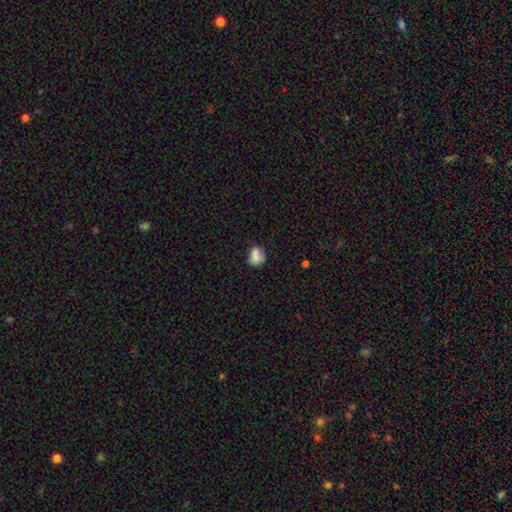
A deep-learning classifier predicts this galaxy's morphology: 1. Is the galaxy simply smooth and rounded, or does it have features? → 76% smooth, 15% featured or disk, 10% star or artifact.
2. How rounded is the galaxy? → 55% in between, 44% round, 2% cigar-shaped.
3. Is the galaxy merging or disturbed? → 48% none, 27% minor disturbance, 15% merger, 11% major disturbance.